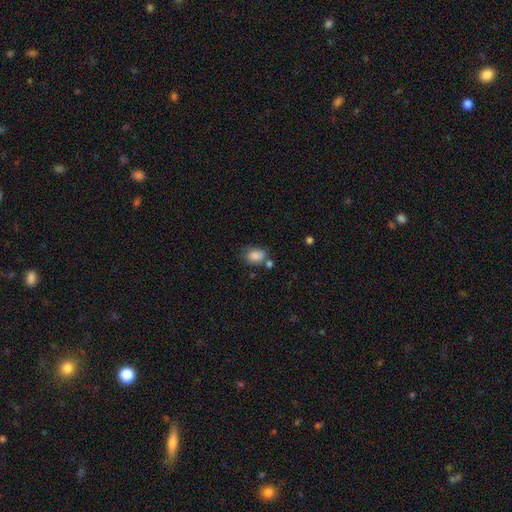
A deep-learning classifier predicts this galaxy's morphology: Smooth or featured? smooth (84%)
How rounded? in between (71%)
Merging? none (53%)